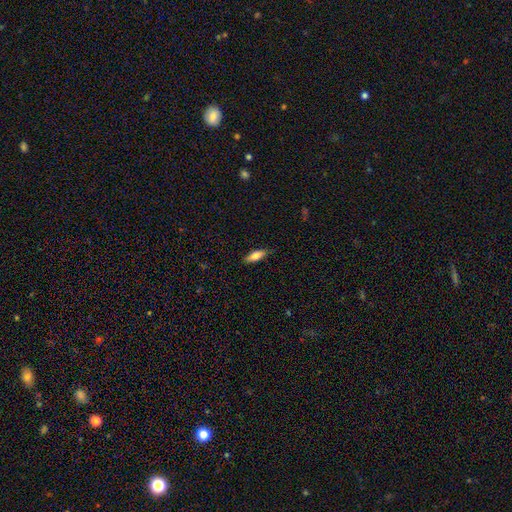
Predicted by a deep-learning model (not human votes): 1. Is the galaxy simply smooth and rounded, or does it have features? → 77% smooth, 17% featured or disk, 6% star or artifact.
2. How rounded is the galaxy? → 64% in between, 34% cigar-shaped, 2% round.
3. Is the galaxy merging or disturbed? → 83% none, 14% minor disturbance, 2% major disturbance, 1% merger.